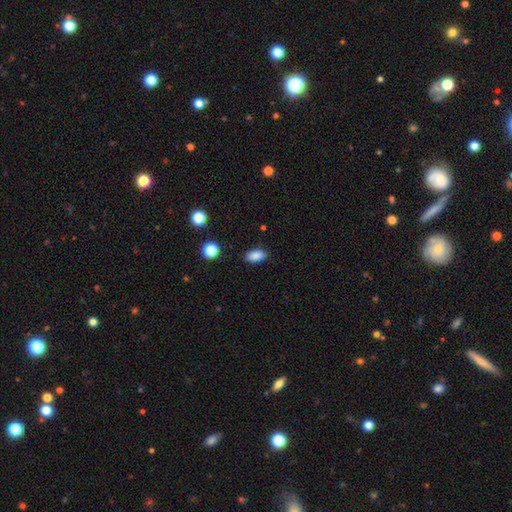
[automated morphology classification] smooth_or_featured: smooth (p=0.86) [alt: star or artifact p=0.09]
how_rounded: in between (p=0.90) [alt: round p=0.06]
merging: none (p=0.87) [alt: minor disturbance p=0.09]